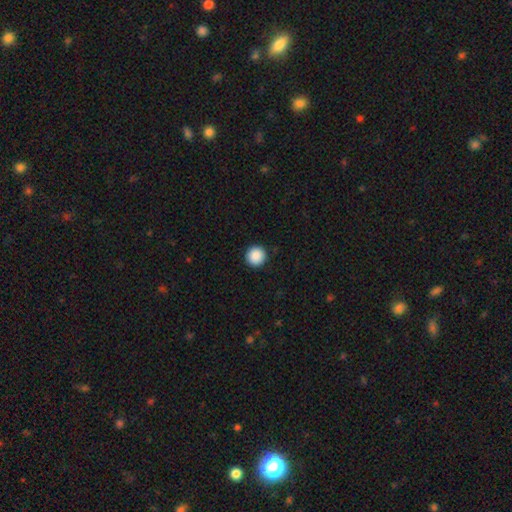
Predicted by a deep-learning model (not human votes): Smooth or featured: smooth — 89% (star or artifact — 9%)
How rounded: round — 96% (in between — 3%)
Merging: none — 93% (minor disturbance — 4%)